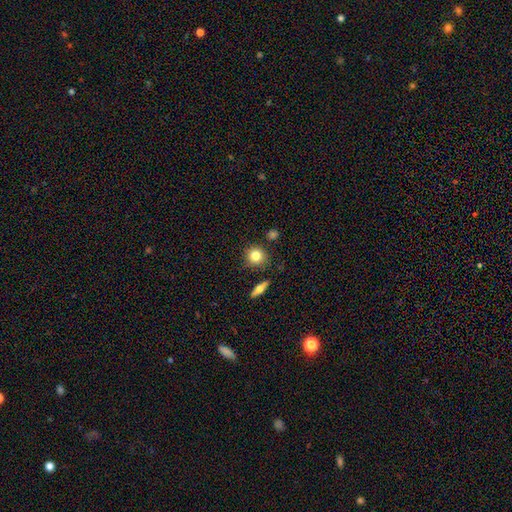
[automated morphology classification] Smooth or featured?
  - smooth: 80% *
  - featured or disk: 11%
  - star or artifact: 10%
How rounded?
  - round: 87% *
  - in between: 11%
  - cigar-shaped: 1%
Merging?
  - none: 83% *
  - minor disturbance: 10%
  - merger: 4%
  - major disturbance: 3%